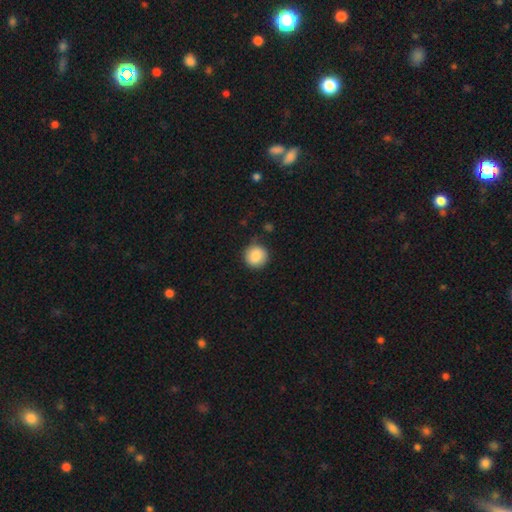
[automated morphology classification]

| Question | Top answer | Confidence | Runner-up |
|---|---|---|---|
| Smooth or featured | smooth | 87% | star or artifact (7%) |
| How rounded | round | 93% | in between (6%) |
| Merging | none | 84% | minor disturbance (12%) |